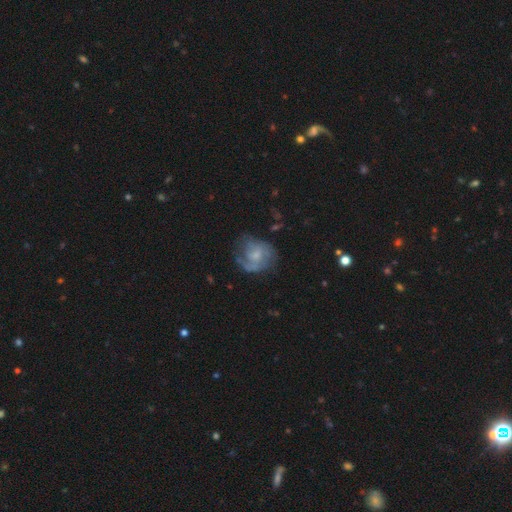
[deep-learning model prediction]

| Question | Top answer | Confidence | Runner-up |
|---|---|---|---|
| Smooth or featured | featured or disk | 60% | smooth (32%) |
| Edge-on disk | no | 97% | yes (3%) |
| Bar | no | 62% | weak (34%) |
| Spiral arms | yes | 72% | no (28%) |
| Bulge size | small | 40% | moderate (33%) |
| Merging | none | 52% | minor disturbance (24%) |